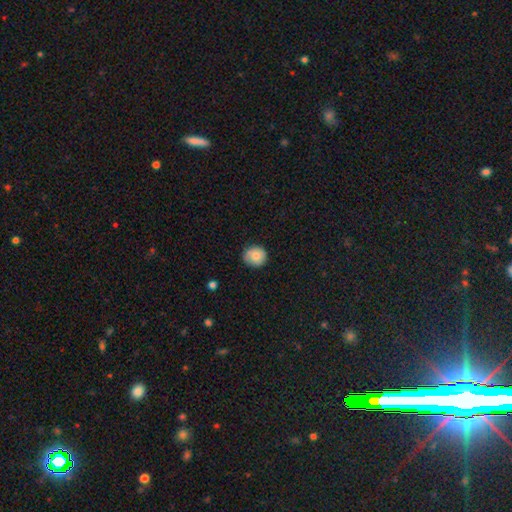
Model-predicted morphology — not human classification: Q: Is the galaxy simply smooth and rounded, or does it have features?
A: smooth — 80%.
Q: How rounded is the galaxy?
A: round — 88%.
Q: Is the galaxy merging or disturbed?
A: none — 80%.